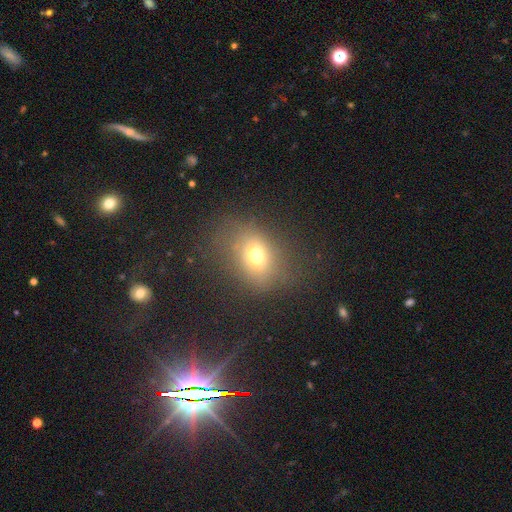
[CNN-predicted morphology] This appears to be a smooth galaxy with no disk features (68%) that is in between round and cigar-shaped (58%). Merging: none (70%).